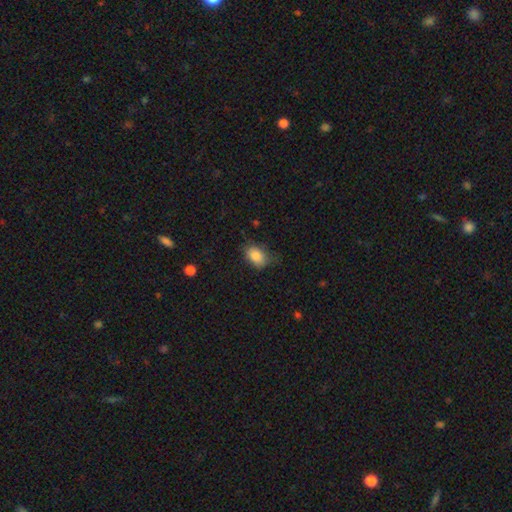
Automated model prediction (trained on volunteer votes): Q: Smooth or featured?
A: smooth (85%); runner-up: star or artifact (8%)
Q: How rounded?
A: in between (84%); runner-up: round (15%)
Q: Merging?
A: none (62%); runner-up: minor disturbance (28%)